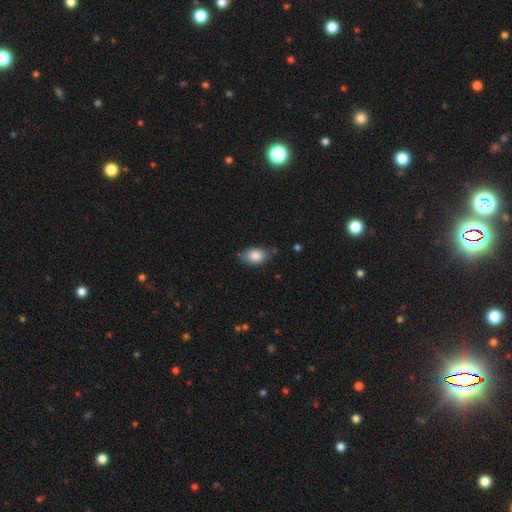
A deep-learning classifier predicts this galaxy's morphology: Overall: smooth (86%). How rounded: in between (88%). Merging: none (73%).